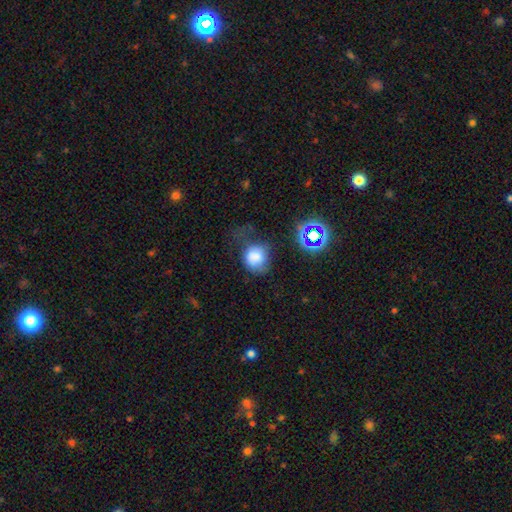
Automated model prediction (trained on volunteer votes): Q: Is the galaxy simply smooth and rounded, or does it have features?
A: smooth — 76%.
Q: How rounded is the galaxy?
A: round — 73%.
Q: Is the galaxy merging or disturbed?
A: none — 38%.